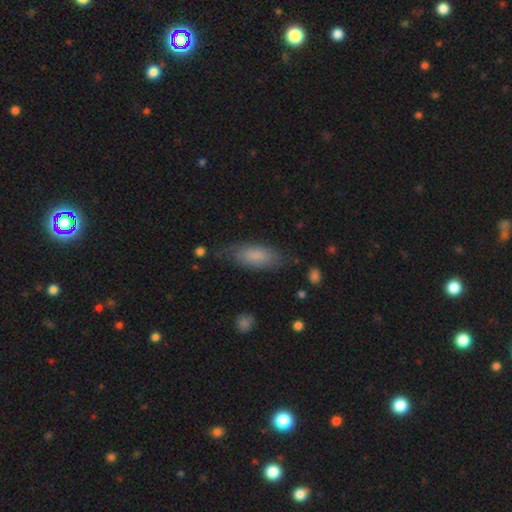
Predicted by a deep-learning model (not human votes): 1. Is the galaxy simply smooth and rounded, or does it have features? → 80% smooth, 13% featured or disk, 6% star or artifact.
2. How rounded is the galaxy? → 78% in between, 21% cigar-shaped, 2% round.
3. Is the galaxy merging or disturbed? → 72% none, 20% minor disturbance, 6% major disturbance, 2% merger.